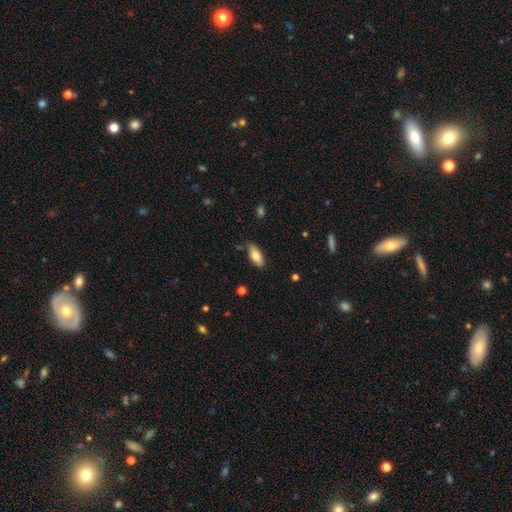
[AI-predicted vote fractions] Smooth or featured?
  - smooth: 79% *
  - featured or disk: 15%
  - star or artifact: 7%
How rounded?
  - in between: 84% *
  - cigar-shaped: 14%
  - round: 2%
Merging?
  - none: 77% *
  - minor disturbance: 18%
  - major disturbance: 3%
  - merger: 2%